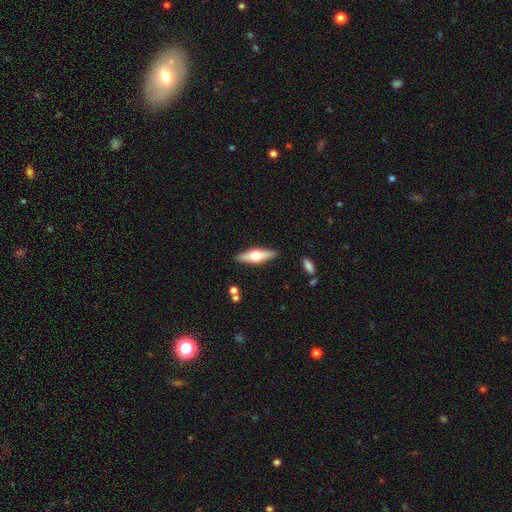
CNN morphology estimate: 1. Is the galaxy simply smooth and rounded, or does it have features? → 47% featured or disk (tied), 47% smooth (tied), 6% star or artifact.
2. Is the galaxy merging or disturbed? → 88% none, 9% minor disturbance, 2% major disturbance, 2% merger.